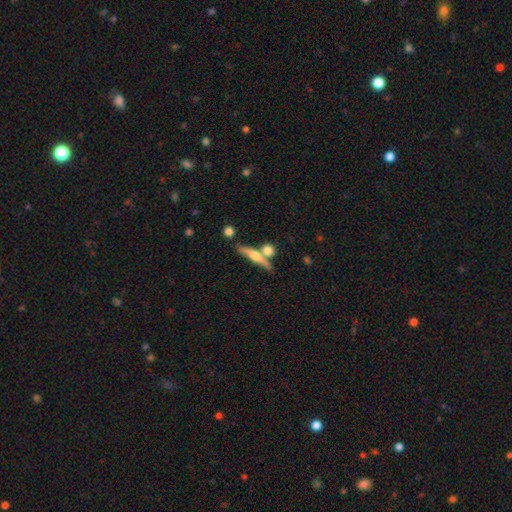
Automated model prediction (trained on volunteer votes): Smooth or featured?
  - featured or disk: 49% *
  - smooth: 44%
  - star or artifact: 8%
Merging?
  - none: 62% *
  - merger: 22%
  - minor disturbance: 11%
  - major disturbance: 4%